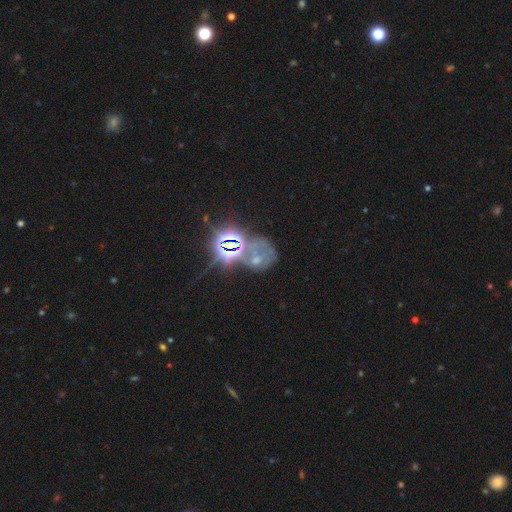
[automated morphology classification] This appears to be a star or artifact, not a galaxy (62%).